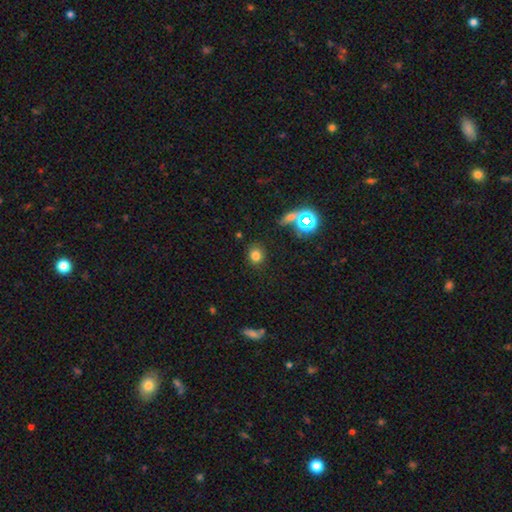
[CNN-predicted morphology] Smooth or featured: smooth — 77% (star or artifact — 16%)
How rounded: round — 84% (in between — 15%)
Merging: none — 85% (minor disturbance — 8%)